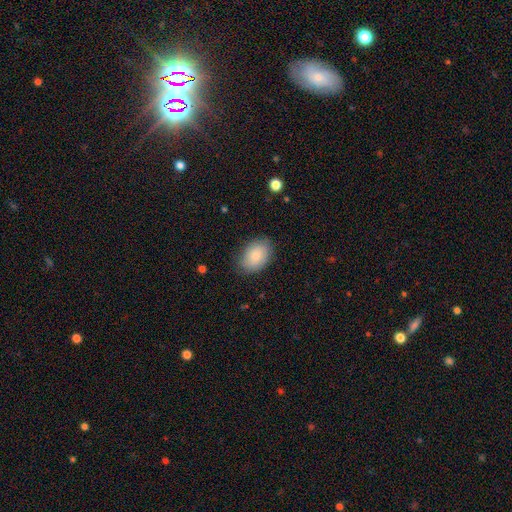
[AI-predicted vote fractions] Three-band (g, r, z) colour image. It shows a smooth galaxy with no disk features (82%) that is in between round and cigar-shaped (85%). Merging: none (78%).